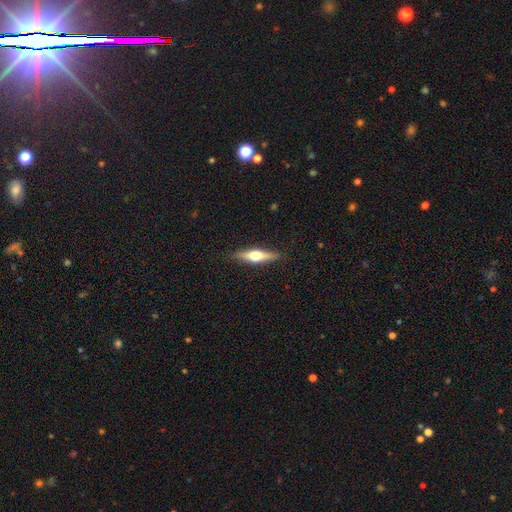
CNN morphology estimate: This appears to be a featured or disk galaxy (60%) viewed edge-on (95%) with a rounded central bulge (95%). Merging: none (89%).